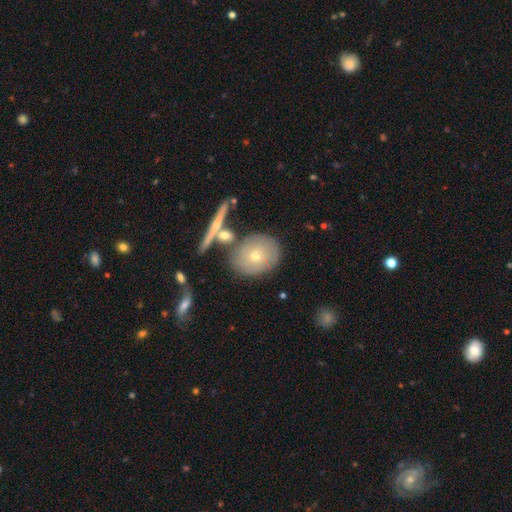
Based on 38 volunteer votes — Smooth or featured? smooth (61%)
How rounded? round (65%)
Merging? none (57%)